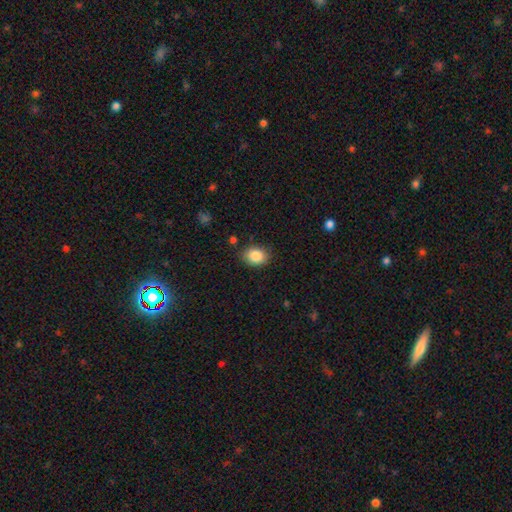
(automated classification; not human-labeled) Morphology: type=smooth (87%); roundness=in between (61%); merging=none (82%).